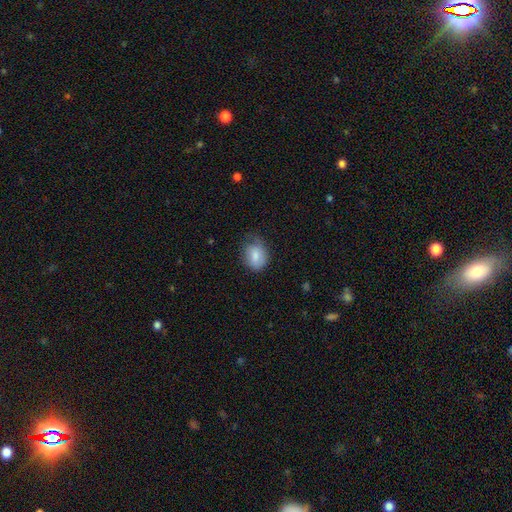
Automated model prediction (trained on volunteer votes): The model was most divided on "merging": none: 50%, minor disturbance: 36%, major disturbance: 13%, merger: 1%. More confident: smooth or featured — smooth (78%); how rounded — in between (62%).